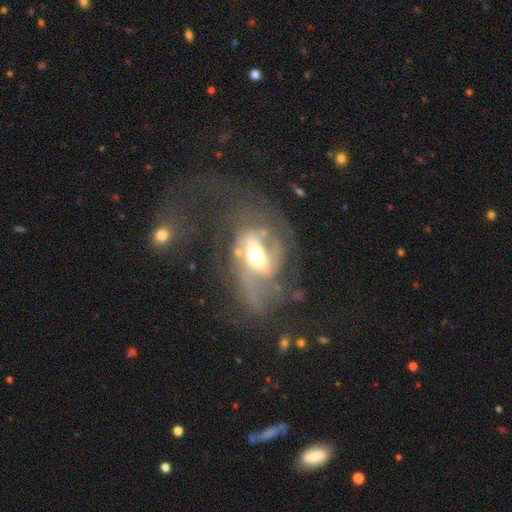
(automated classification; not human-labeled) A featured or disk galaxy (77%) with a weak bar (35%), 2 (50%) medium (42%) spiral arms (75%) and a moderate central bulge (65%). Merging: major disturbance (39%).